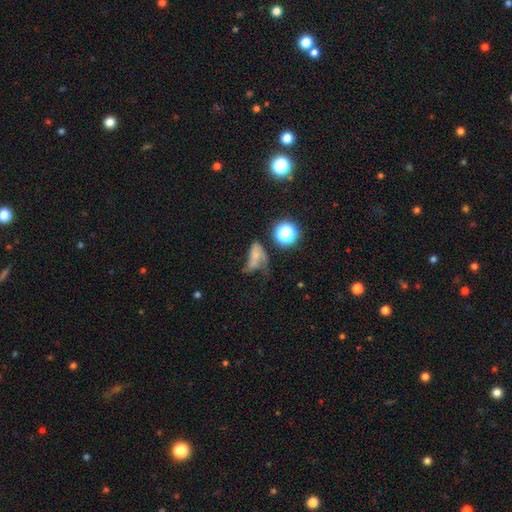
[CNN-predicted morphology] This is possibly a smooth galaxy (53%). How rounded: likely in between (71%). Merging: marginally major disturbance (39%).